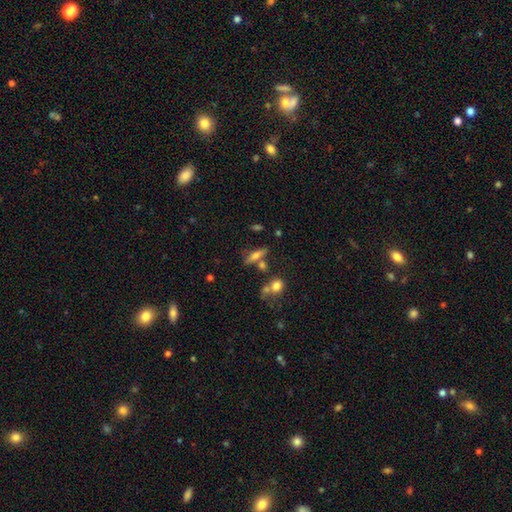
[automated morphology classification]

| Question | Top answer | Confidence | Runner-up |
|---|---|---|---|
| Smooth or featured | smooth | 49% | featured or disk (40%) |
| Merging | none | 65% | merger (15%) |